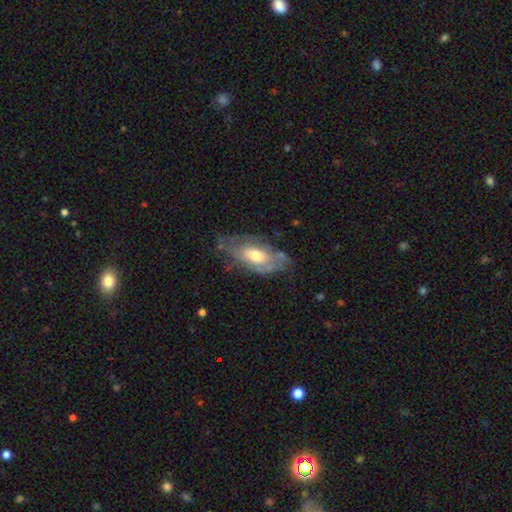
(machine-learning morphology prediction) Q: Smooth or featured?
A: featured or disk (60%); runner-up: smooth (34%)
Q: Edge-on disk?
A: no (86%); runner-up: yes (14%)
Q: Bar?
A: no (75%); runner-up: weak (21%)
Q: Spiral arms?
A: yes (57%); runner-up: no (43%)
Q: Bulge size?
A: moderate (64%); runner-up: large (17%)
Q: Merging?
A: none (52%); runner-up: minor disturbance (30%)